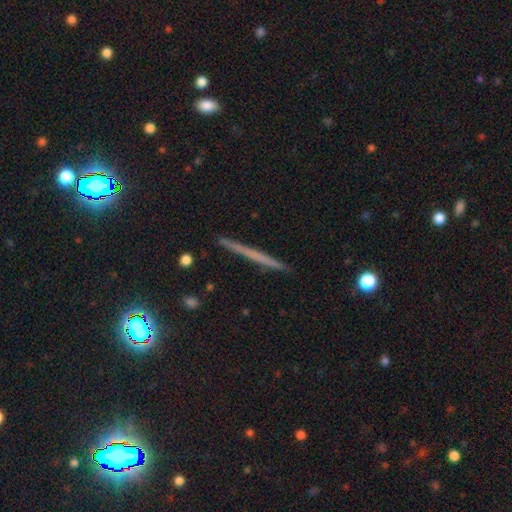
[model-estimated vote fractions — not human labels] Smooth or featured?
  - featured or disk: 46% *
  - smooth: 40%
  - star or artifact: 14%
Merging?
  - none: 90% *
  - minor disturbance: 7%
  - major disturbance: 2%
  - merger: 1%